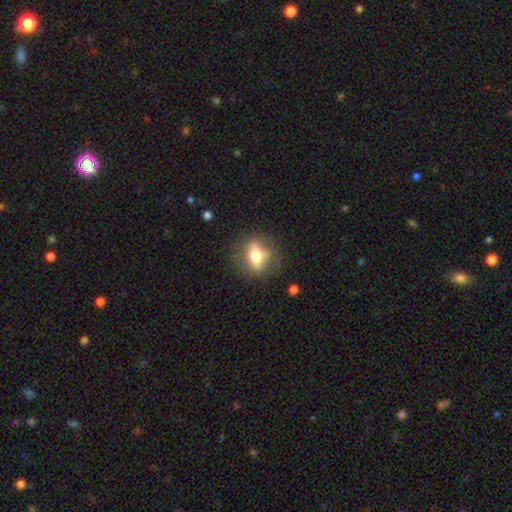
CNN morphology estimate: Q: Smooth or featured?
A: smooth (55%); runner-up: featured or disk (36%)
Q: How rounded?
A: in between (59%); runner-up: round (31%)
Q: Merging?
A: none (76%); runner-up: minor disturbance (16%)